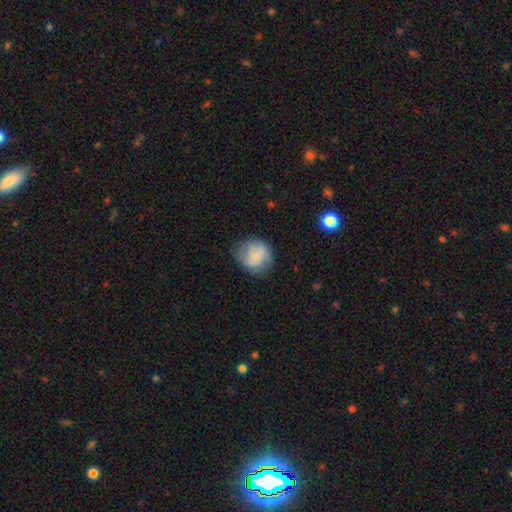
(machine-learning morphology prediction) Smooth or featured? Predicted: featured or disk (p=0.55). Edge-on disk? Predicted: no (p=0.98). Bar? Predicted: no (p=0.70). Spiral arms? Predicted: yes (p=0.89). Bulge size? Predicted: small (p=0.72). Merging? Predicted: none (p=0.76).